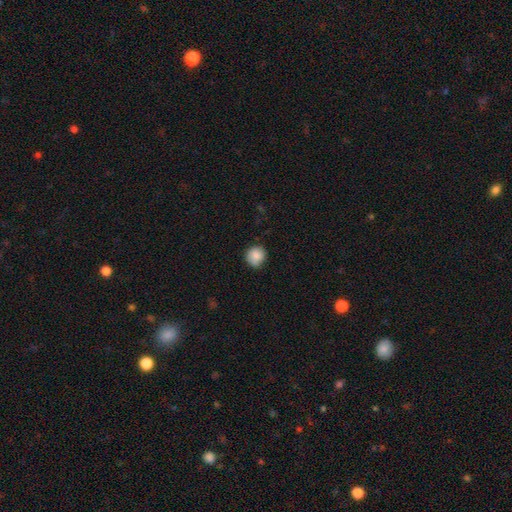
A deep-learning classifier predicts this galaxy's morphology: Smooth or featured? Predicted: smooth (p=0.86). How rounded? Predicted: round (p=0.89). Merging? Predicted: none (p=0.75).